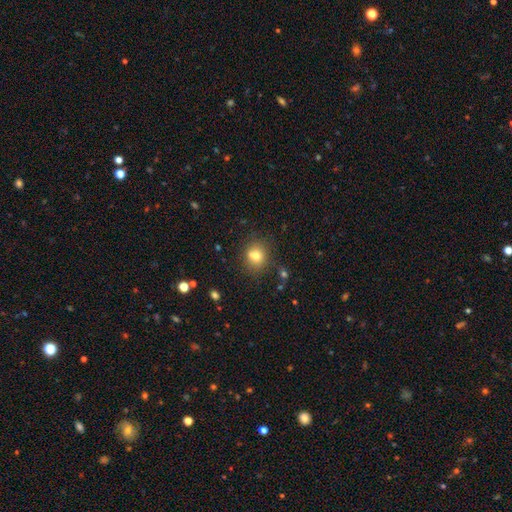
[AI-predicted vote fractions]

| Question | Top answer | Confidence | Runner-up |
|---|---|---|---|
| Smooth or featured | smooth | 72% | star or artifact (14%) |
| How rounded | round | 71% | in between (27%) |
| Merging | none | 64% | merger (17%) |